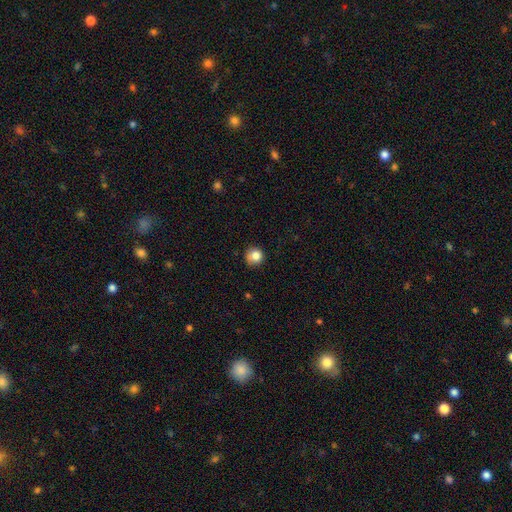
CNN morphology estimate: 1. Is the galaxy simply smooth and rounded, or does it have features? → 83% smooth, 11% star or artifact, 7% featured or disk.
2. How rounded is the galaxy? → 91% round, 8% in between, 1% cigar-shaped.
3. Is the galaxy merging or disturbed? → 75% none, 19% minor disturbance, 4% major disturbance, 1% merger.